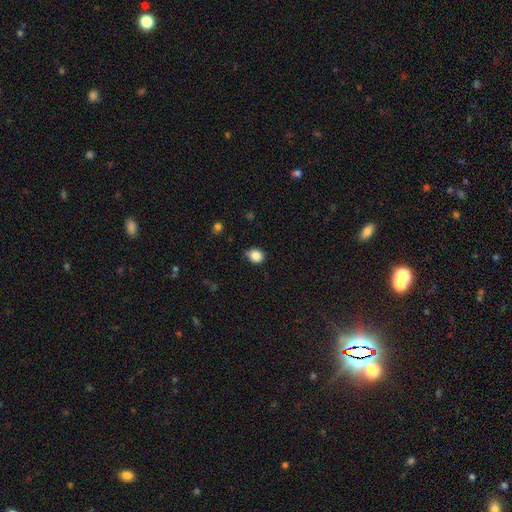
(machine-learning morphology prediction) This appears to be a smooth galaxy with no disk features (84%) that is round (74%). Merging: none (74%).